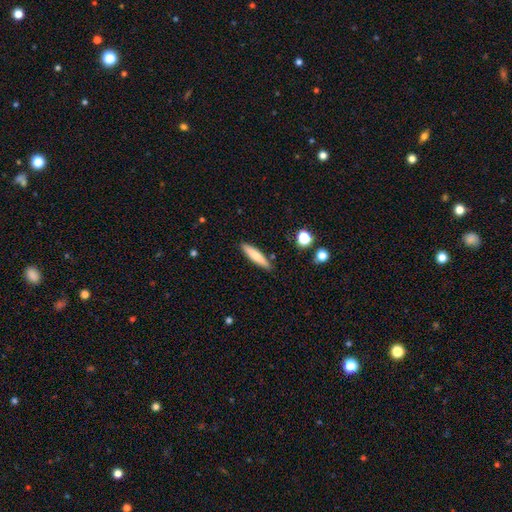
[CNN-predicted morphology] type=smooth (74%); roundness=cigar-shaped (85%); merging=none (88%).